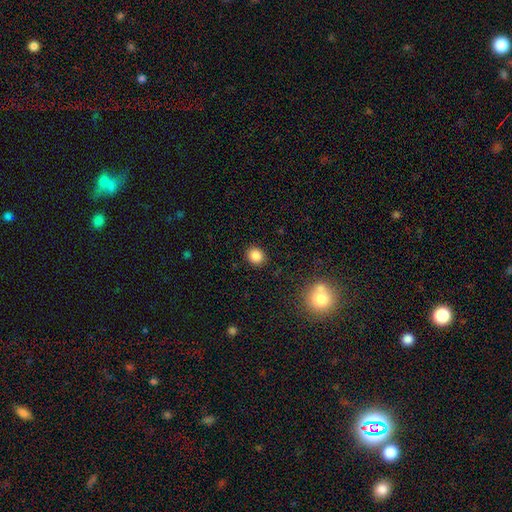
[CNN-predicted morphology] This appears to be a smooth galaxy with no disk features (86%) that is round (80%). Merging: none (90%).